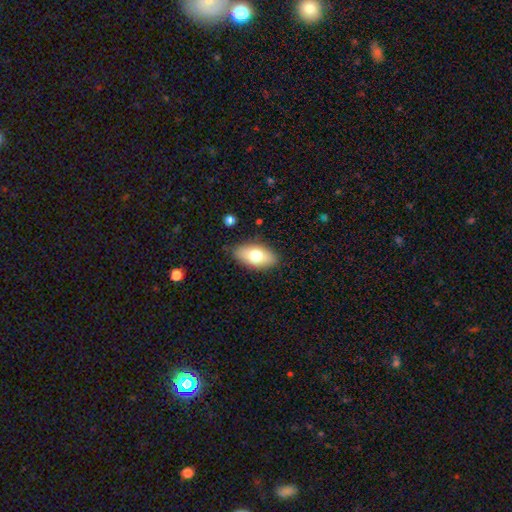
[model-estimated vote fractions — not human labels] smooth_or_featured: smooth (p=0.74) [alt: featured or disk p=0.19]
how_rounded: in between (p=0.91) [alt: cigar-shaped p=0.05]
merging: none (p=0.84) [alt: minor disturbance p=0.12]